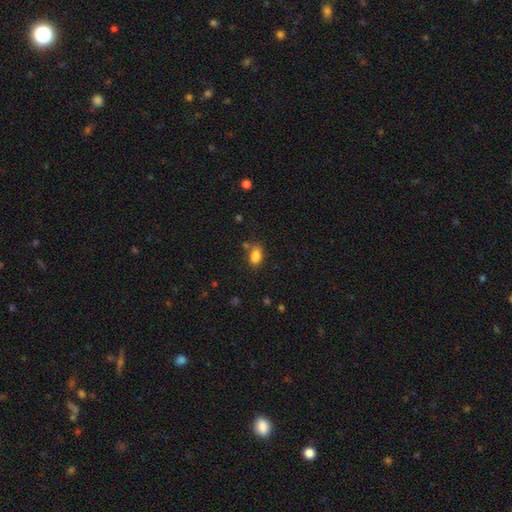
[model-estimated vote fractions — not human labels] Morphology: type=smooth (85%); roundness=in between (84%); merging=none (67%).